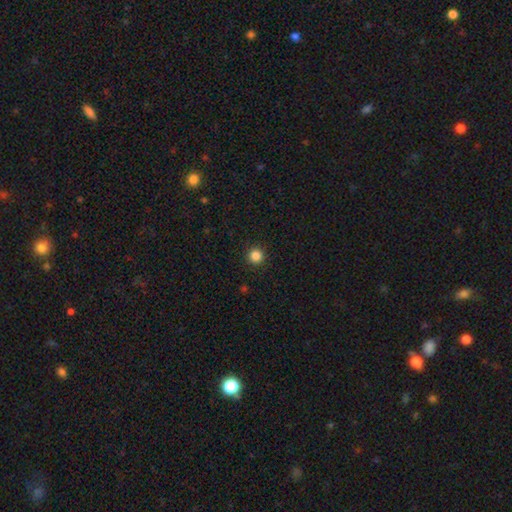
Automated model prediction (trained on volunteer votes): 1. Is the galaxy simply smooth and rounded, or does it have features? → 85% smooth, 12% star or artifact, 3% featured or disk.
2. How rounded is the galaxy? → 96% round, 3% in between, 1% cigar-shaped.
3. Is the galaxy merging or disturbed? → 93% none, 4% minor disturbance, 2% major disturbance, 1% merger.